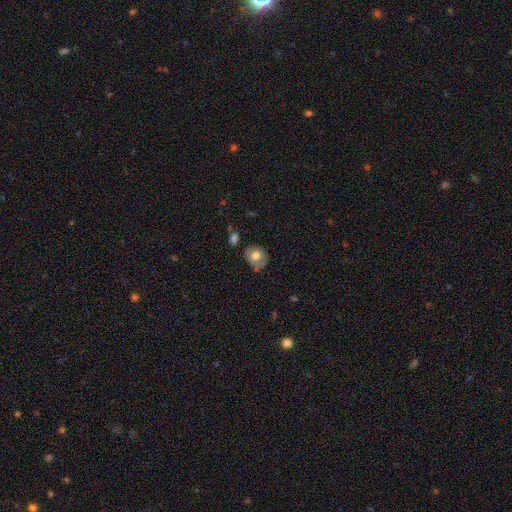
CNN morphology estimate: smooth 61%, featured or disk 31%, star or artifact 8%. Down the decision tree: how rounded — round (65%); merging — none (63%).